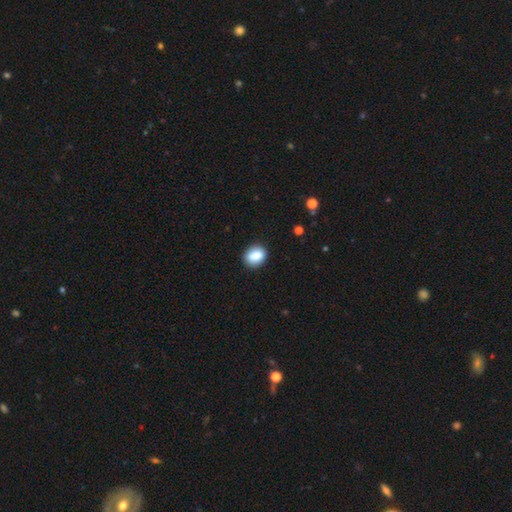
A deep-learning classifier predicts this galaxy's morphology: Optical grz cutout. It shows a smooth galaxy with no disk features (85%) that is in between round and cigar-shaped (51%). Merging: none (88%).